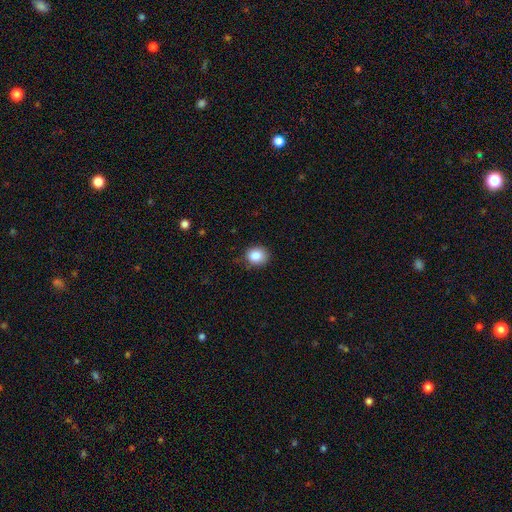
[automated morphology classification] A smooth galaxy with no disk features (86%) that is round (77%). Merging: none (79%).